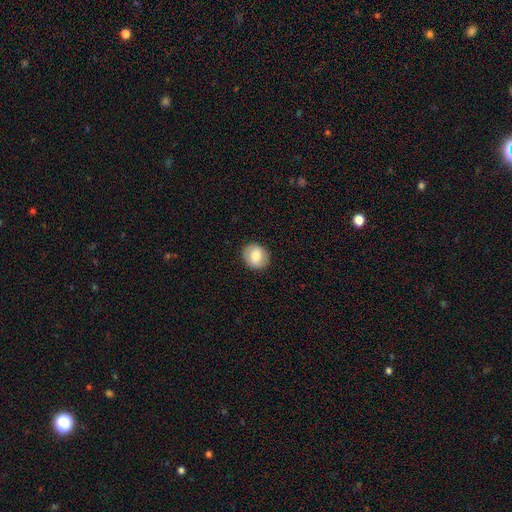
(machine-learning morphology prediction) This appears to be a smooth galaxy with no disk features (75%) that is round (80%). Merging: none (88%).